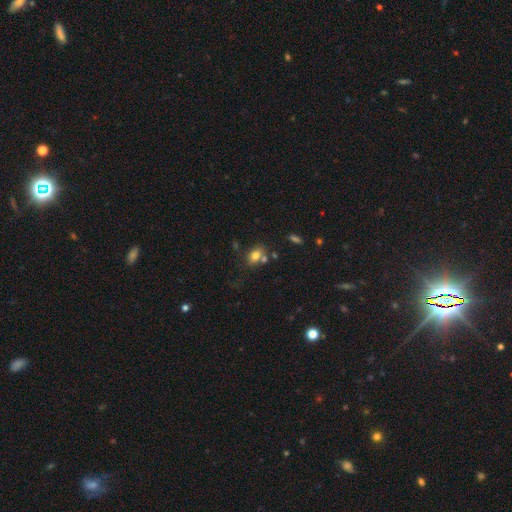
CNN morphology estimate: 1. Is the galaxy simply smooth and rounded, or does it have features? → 74% smooth, 13% featured or disk, 12% star or artifact.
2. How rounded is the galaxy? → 69% in between, 29% round, 2% cigar-shaped.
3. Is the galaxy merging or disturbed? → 56% none, 22% merger, 16% minor disturbance, 6% major disturbance.